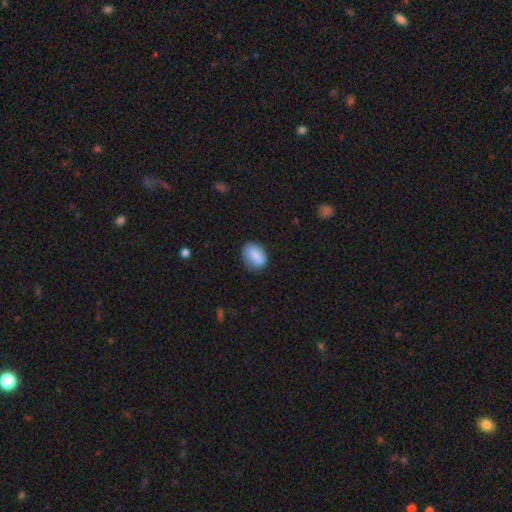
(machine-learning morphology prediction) A smooth galaxy with no disk features (83%) that is in between round and cigar-shaped (78%). Merging: none (74%).